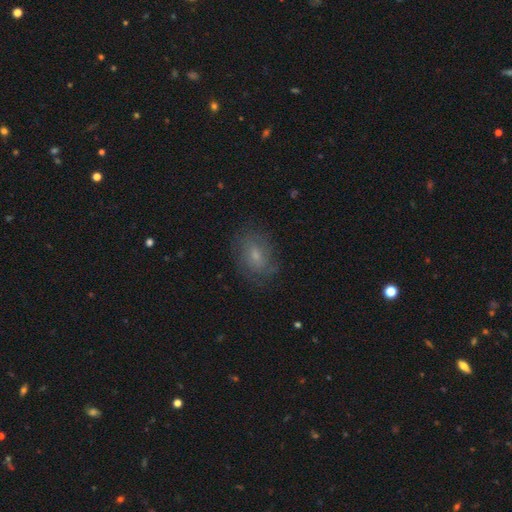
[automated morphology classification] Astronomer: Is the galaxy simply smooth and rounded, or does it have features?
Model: smooth — 46% (runner-up: featured or disk, 42%).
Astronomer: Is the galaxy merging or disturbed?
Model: none — 73%.